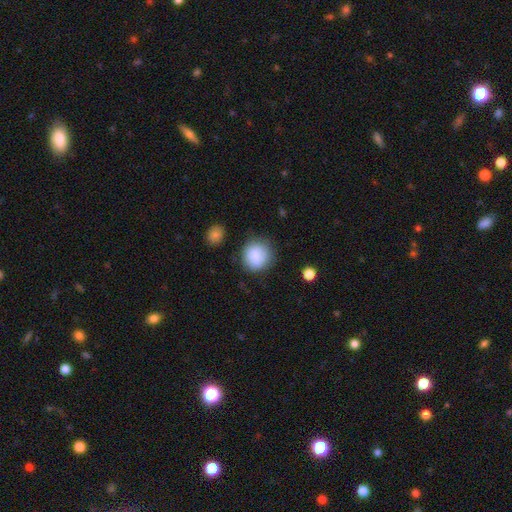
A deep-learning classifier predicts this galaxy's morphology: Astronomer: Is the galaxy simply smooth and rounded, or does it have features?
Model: smooth — 86%.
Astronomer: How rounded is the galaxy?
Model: round — 87%.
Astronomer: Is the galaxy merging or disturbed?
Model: none — 80%.